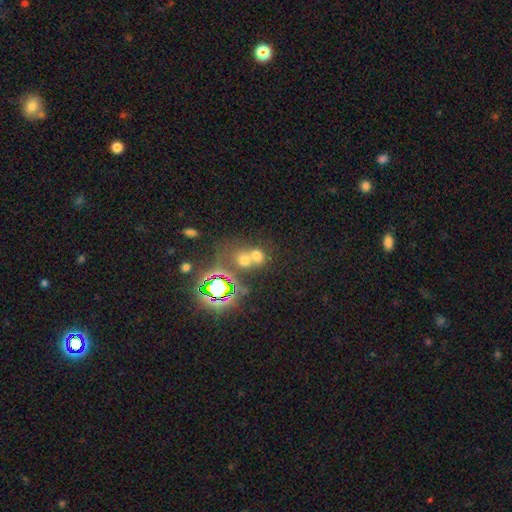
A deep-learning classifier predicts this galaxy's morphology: Smooth or featured? Predicted: smooth (p=0.55). How rounded? Predicted: round (p=0.60). Merging? Predicted: merger (p=0.58).